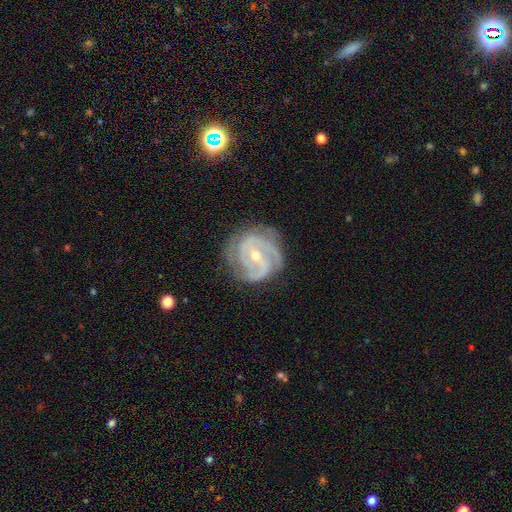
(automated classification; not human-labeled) Morphology: type=featured or disk (89%); edge-on=no (98%); bar=weak (41%); spiral arms=yes (97%); winding=tight (58%); arm count=2 (38%); bulge=small (58%); merging=none (72%).